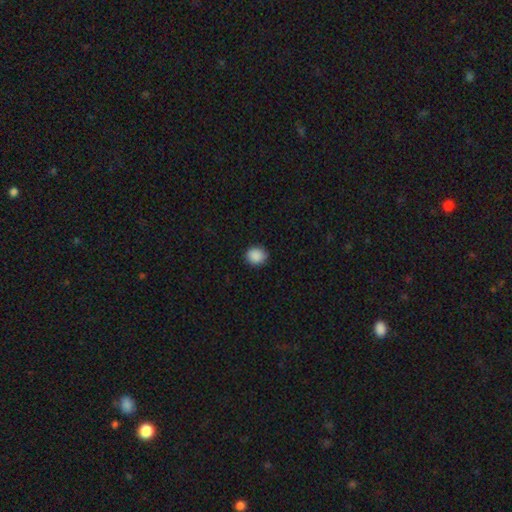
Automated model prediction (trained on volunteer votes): smooth 89%, star or artifact 8%, featured or disk 2%. Down the decision tree: how rounded — round (82%); merging — none (89%).